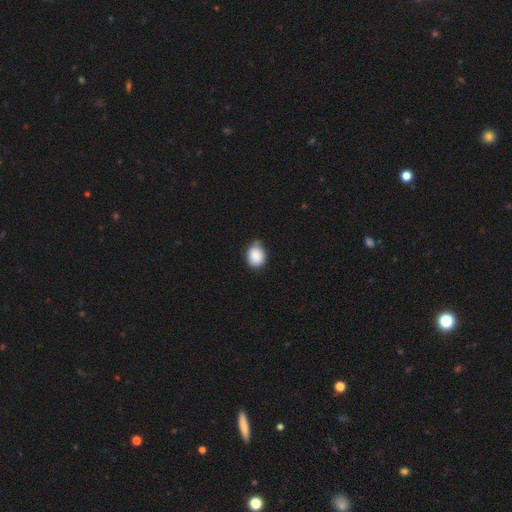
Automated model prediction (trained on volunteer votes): smooth-or-featured: smooth: 87% | star or artifact: 8% | featured or disk: 5%
  how-rounded: in between: 54% | round: 45% | cigar-shaped: 1%
  merging: none: 68% | minor disturbance: 26% | major disturbance: 4% | merger: 2%